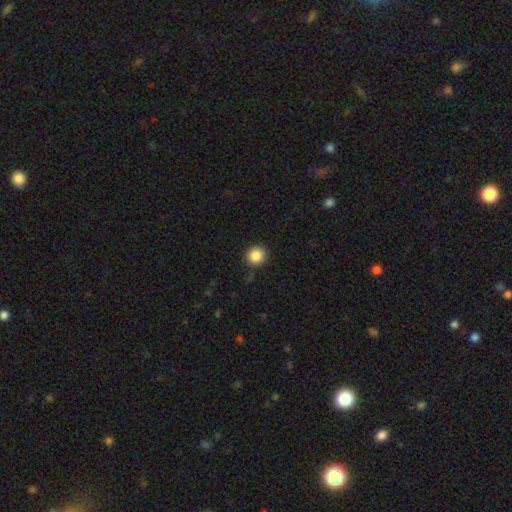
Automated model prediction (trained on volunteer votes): Smooth or featured?
  - smooth: 86% *
  - star or artifact: 10%
  - featured or disk: 4%
How rounded?
  - round: 93% *
  - in between: 6%
  - cigar-shaped: 1%
Merging?
  - none: 89% *
  - minor disturbance: 7%
  - major disturbance: 2%
  - merger: 2%